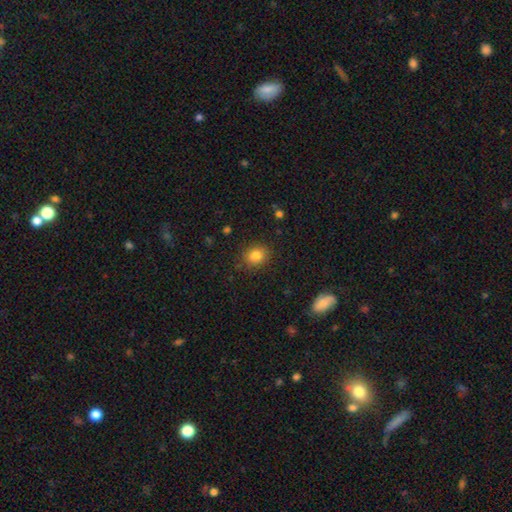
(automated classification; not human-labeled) Smooth or featured? Predicted: smooth (p=0.83). How rounded? Predicted: round (p=0.69). Merging? Predicted: none (p=0.87).